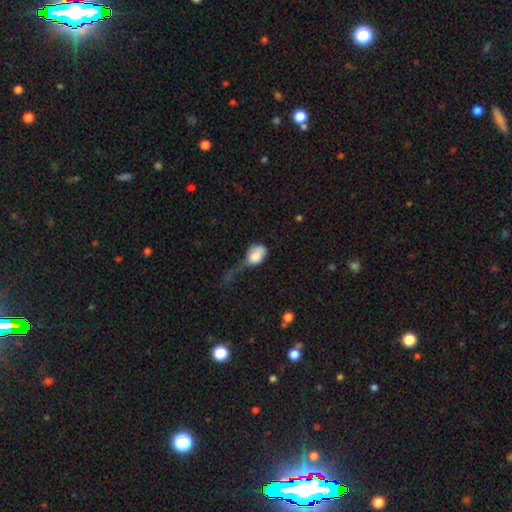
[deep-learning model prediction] A smooth galaxy with no disk features (78%) that is in between round and cigar-shaped (72%). Merging: major disturbance (55%).